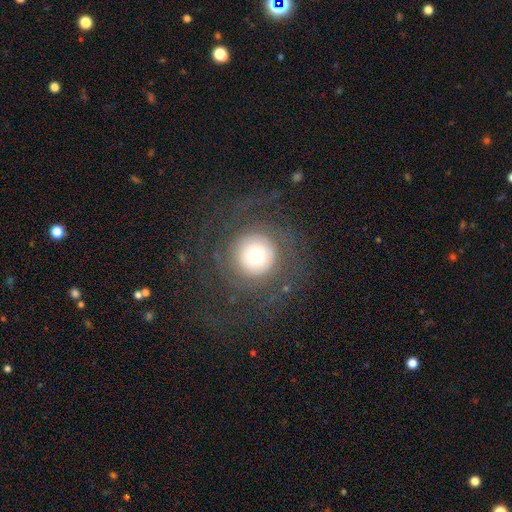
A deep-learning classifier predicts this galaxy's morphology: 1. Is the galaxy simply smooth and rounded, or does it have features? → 49% featured or disk, 39% smooth, 12% star or artifact.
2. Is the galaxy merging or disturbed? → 73% none, 16% major disturbance, 10% minor disturbance, 1% merger.